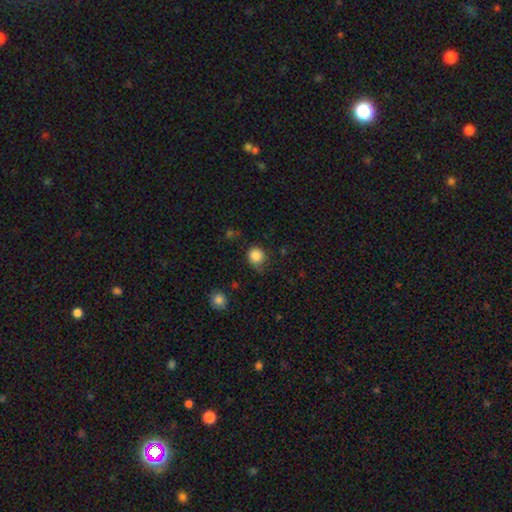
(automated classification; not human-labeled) A smooth galaxy with no disk features (85%) that is round (88%).

Vote fractions:
- Smooth or featured? smooth: 85% / star or artifact: 10% / featured or disk: 5%
- How rounded? round: 88% / in between: 11% / cigar-shaped: 1%
- Merging? none: 66% / minor disturbance: 25% / major disturbance: 7% / merger: 2%